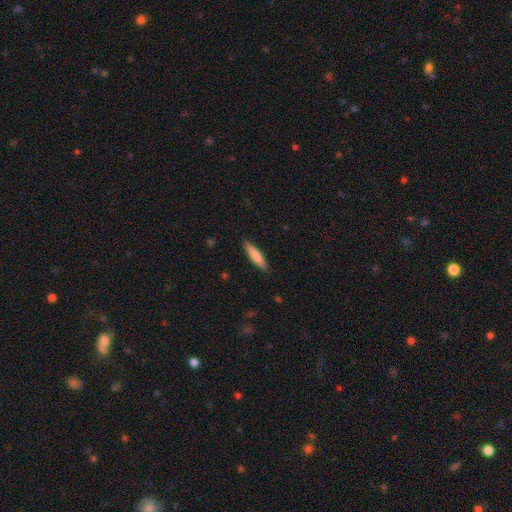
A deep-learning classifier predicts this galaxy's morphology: type=smooth (74%); roundness=cigar-shaped (82%); merging=none (88%).